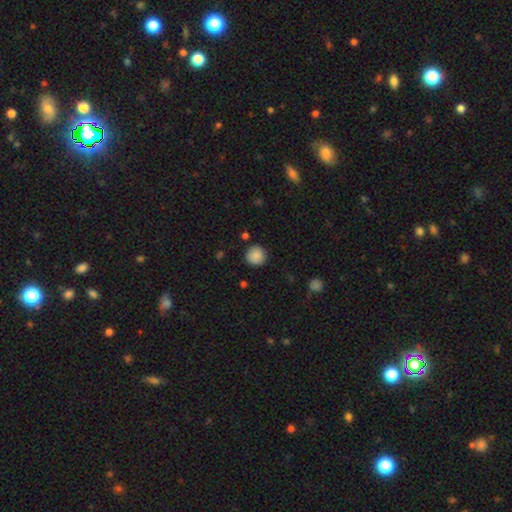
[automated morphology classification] Smooth or featured?
  - smooth: 88% *
  - star or artifact: 8%
  - featured or disk: 4%
How rounded?
  - round: 94% *
  - in between: 5%
  - cigar-shaped: 1%
Merging?
  - none: 88% *
  - minor disturbance: 8%
  - major disturbance: 2%
  - merger: 2%